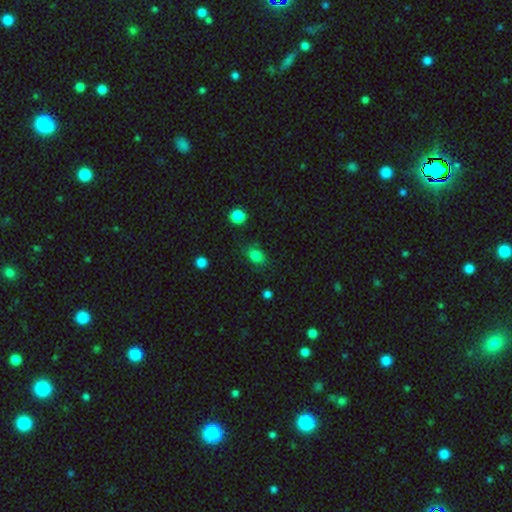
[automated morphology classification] A smooth galaxy with no disk features (80%) that is in between round and cigar-shaped (67%). Merging: none (75%).